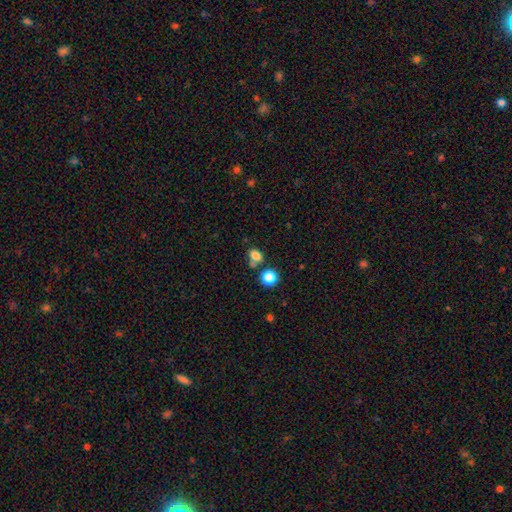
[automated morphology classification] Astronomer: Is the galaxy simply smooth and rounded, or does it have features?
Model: smooth — 78%.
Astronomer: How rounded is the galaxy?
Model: in between — 65%.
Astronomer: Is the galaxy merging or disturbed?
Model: none — 56%.